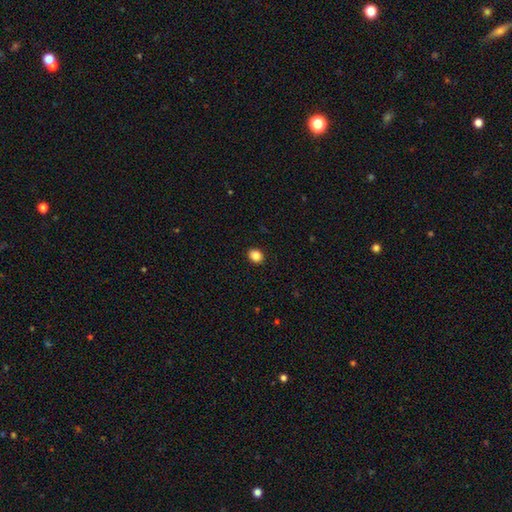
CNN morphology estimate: smooth-or-featured: smooth: 86% | star or artifact: 10% | featured or disk: 5%
  how-rounded: round: 58% | in between: 41% | cigar-shaped: 1%
  merging: none: 91% | minor disturbance: 6% | major disturbance: 2% | merger: 1%